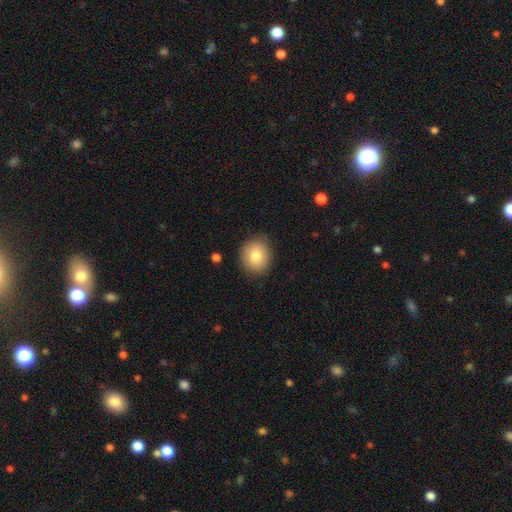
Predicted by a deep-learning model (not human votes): Smooth or featured?
  - smooth: 82% *
  - featured or disk: 10%
  - star or artifact: 8%
How rounded?
  - round: 70% *
  - in between: 29%
  - cigar-shaped: 1%
Merging?
  - none: 85% *
  - minor disturbance: 12%
  - major disturbance: 3%
  - merger: 1%